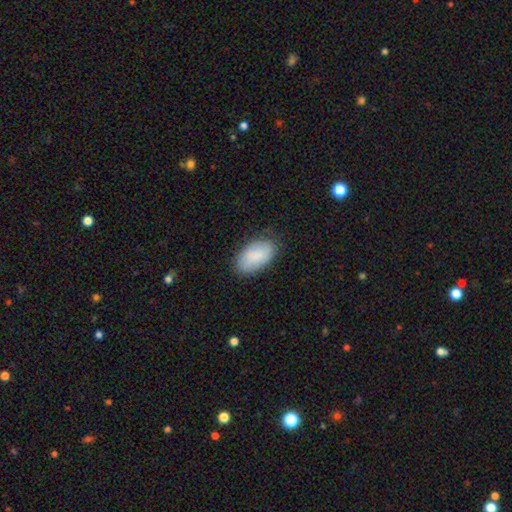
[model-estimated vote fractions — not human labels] smooth_or_featured: smooth (p=0.85) [alt: featured or disk p=0.09]
how_rounded: in between (p=0.95) [alt: round p=0.04]
merging: none (p=0.79) [alt: minor disturbance p=0.16]